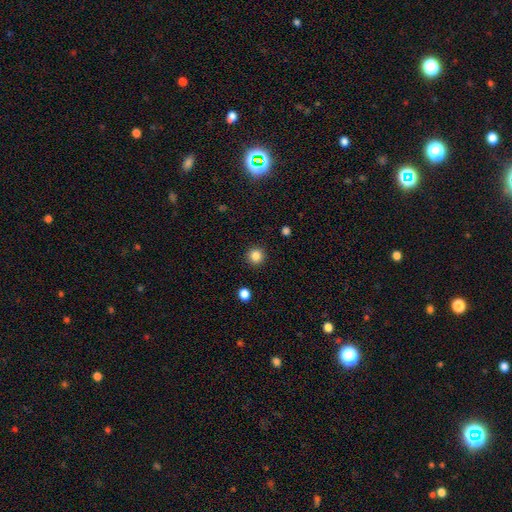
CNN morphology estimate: smooth 85%, star or artifact 11%, featured or disk 4%. Down the decision tree: how rounded — round (95%); merging — none (92%).